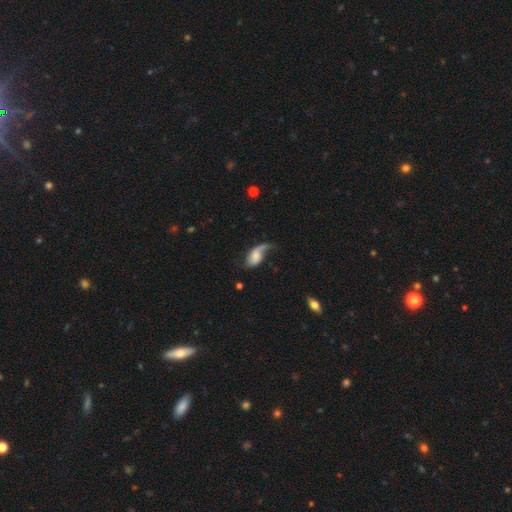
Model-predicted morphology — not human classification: A featured or disk galaxy (56%) with no bar (63%), spiral arms (85%) and a small central bulge (40%).

Vote fractions:
- Smooth or featured? featured or disk: 56% / smooth: 37% / star or artifact: 7%
- Edge-on disk? no: 94% / yes: 6%
- Bar? no: 63% / weak: 30% / strong: 7%
- Spiral arms? yes: 85% / no: 15%
- Bulge size? small: 40% / moderate: 29% / none: 19% / large: 8% / dominant: 3%
- Merging? major disturbance: 38% / none: 31% / minor disturbance: 27% / merger: 5%